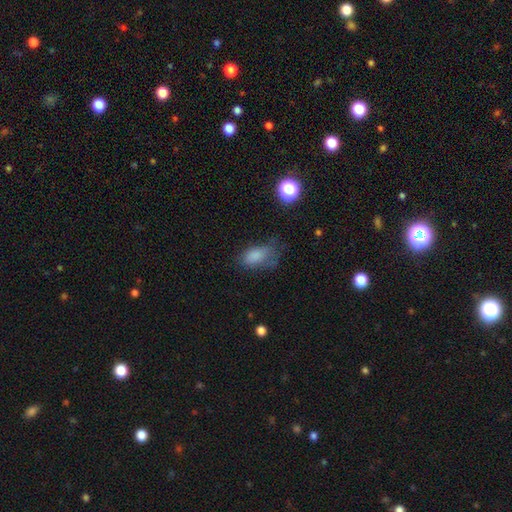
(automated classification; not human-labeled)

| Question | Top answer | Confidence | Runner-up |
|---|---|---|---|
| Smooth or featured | smooth | 77% | star or artifact (12%) |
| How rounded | in between | 88% | round (8%) |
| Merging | none | 44% | minor disturbance (32%) |